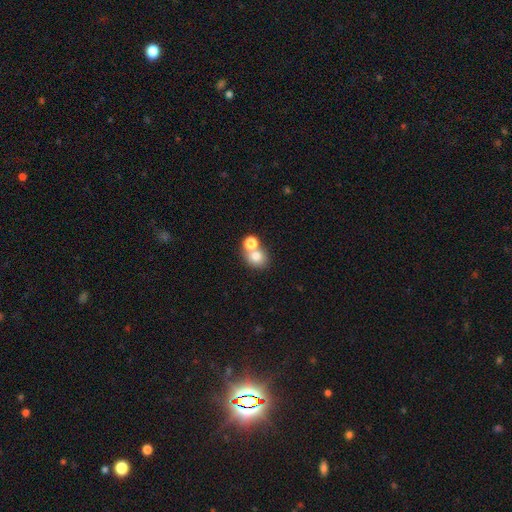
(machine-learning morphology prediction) Q: Smooth or featured?
A: smooth (75%); runner-up: featured or disk (13%)
Q: How rounded?
A: round (70%); runner-up: in between (29%)
Q: Merging?
A: merger (47%); runner-up: none (42%)